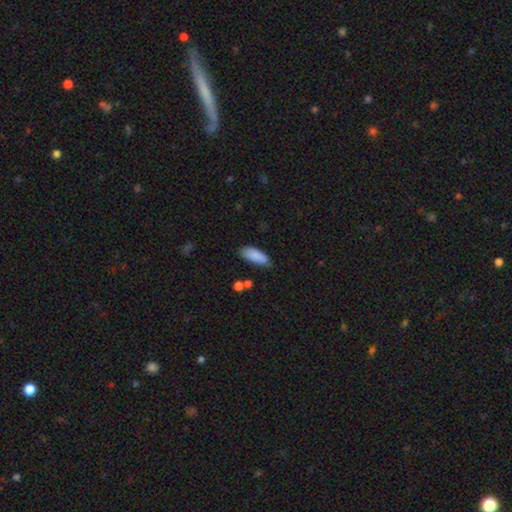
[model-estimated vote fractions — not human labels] A smooth galaxy with no disk features (87%) that is in between round and cigar-shaped (73%). Merging: none (73%).